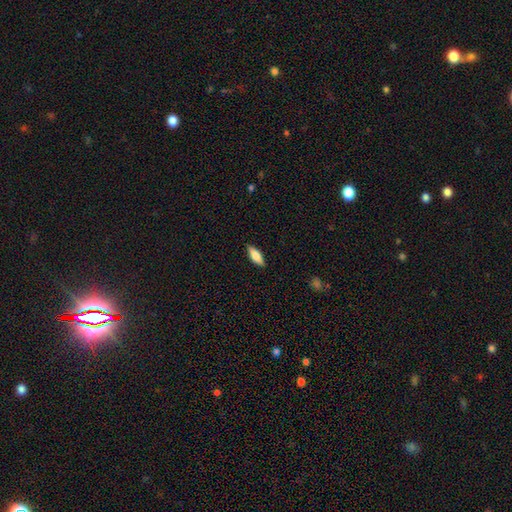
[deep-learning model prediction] Q: Smooth or featured?
A: smooth (69%); runner-up: featured or disk (25%)
Q: How rounded?
A: in between (64%); runner-up: cigar-shaped (34%)
Q: Merging?
A: none (88%); runner-up: minor disturbance (9%)